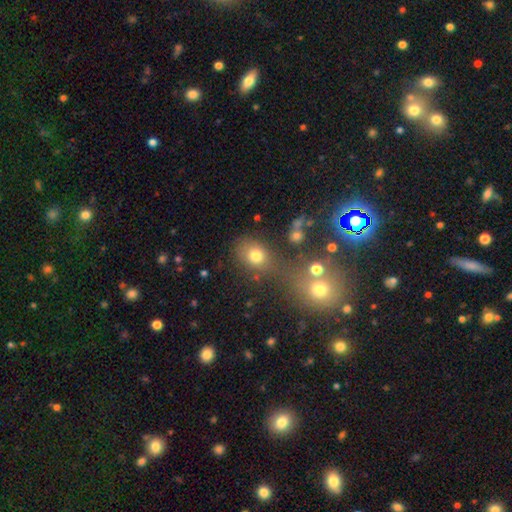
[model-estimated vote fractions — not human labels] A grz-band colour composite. It shows a smooth galaxy with no disk features (73%) that is round (56%). Merging: none (58%).